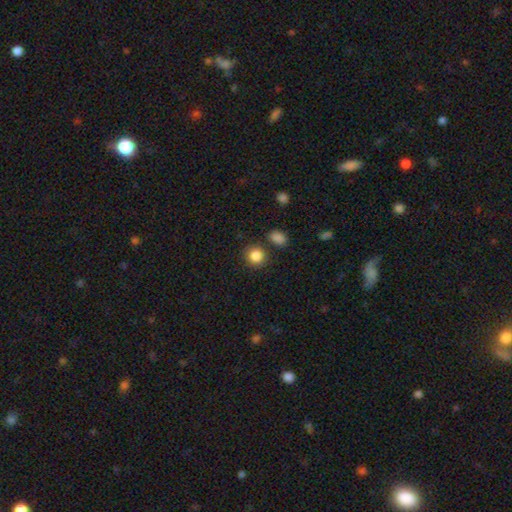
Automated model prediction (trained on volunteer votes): smooth-or-featured: smooth: 86% | star or artifact: 10% | featured or disk: 4%
  how-rounded: round: 87% | in between: 12% | cigar-shaped: 1%
  merging: none: 82% | minor disturbance: 9% | merger: 7% | major disturbance: 3%